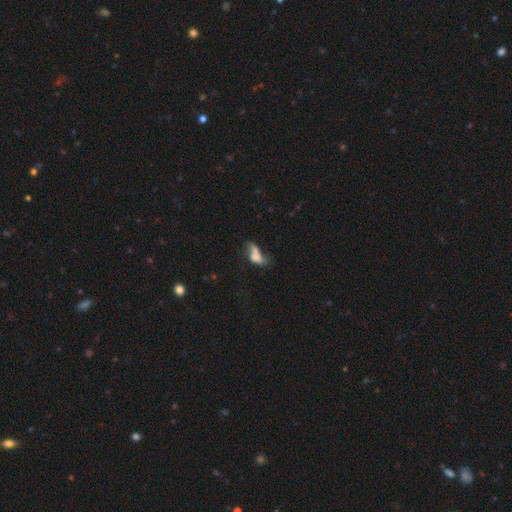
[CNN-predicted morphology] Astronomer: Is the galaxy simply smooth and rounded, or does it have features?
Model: smooth — 56% (runner-up: featured or disk, 31%).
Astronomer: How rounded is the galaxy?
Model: in between — 78%.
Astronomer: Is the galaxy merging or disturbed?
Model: merger — 44% (runner-up: major disturbance, 24%).